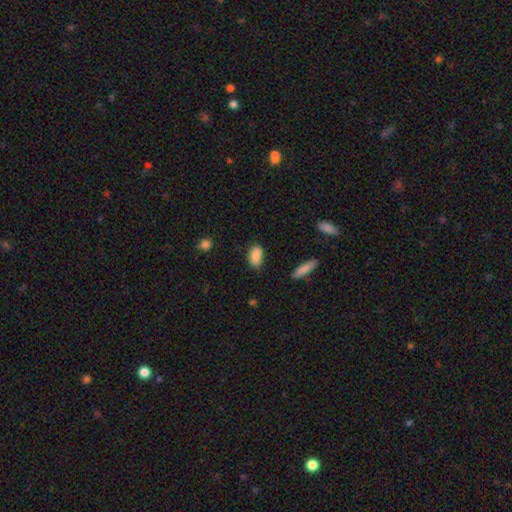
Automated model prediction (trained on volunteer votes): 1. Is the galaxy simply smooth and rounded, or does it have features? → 88% smooth, 7% star or artifact, 5% featured or disk.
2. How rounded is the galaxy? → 92% in between, 5% round, 4% cigar-shaped.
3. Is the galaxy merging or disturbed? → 79% none, 16% minor disturbance, 3% major disturbance, 2% merger.